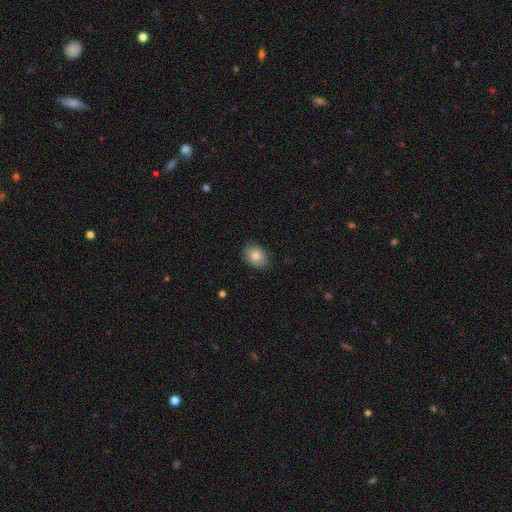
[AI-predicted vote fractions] Morphology: type=smooth (80%); roundness=in between (68%); merging=none (83%).